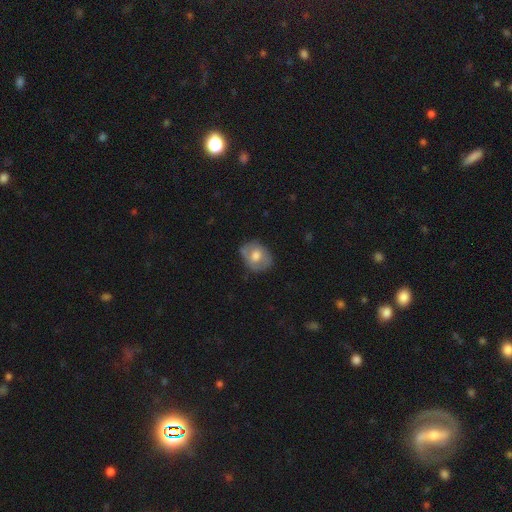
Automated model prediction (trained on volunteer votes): Smooth or featured?
  - smooth: 57% *
  - featured or disk: 37%
  - star or artifact: 7%
How rounded?
  - in between: 52% *
  - round: 46%
  - cigar-shaped: 1%
Merging?
  - none: 67% *
  - minor disturbance: 25%
  - major disturbance: 7%
  - merger: 2%